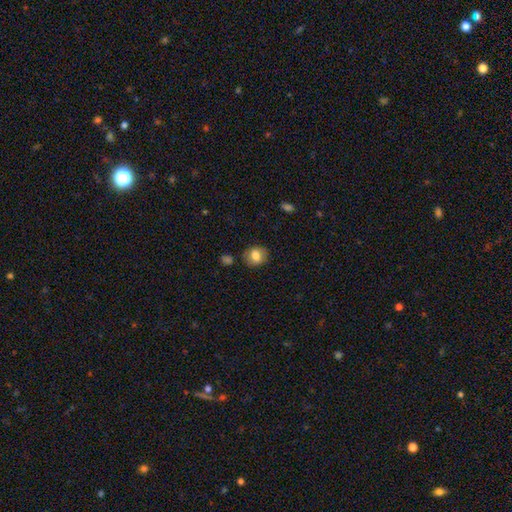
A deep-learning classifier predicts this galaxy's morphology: Smooth or featured?
  - smooth: 77% *
  - featured or disk: 14%
  - star or artifact: 9%
How rounded?
  - round: 64% *
  - in between: 35%
  - cigar-shaped: 1%
Merging?
  - none: 81% *
  - minor disturbance: 13%
  - major disturbance: 4%
  - merger: 2%